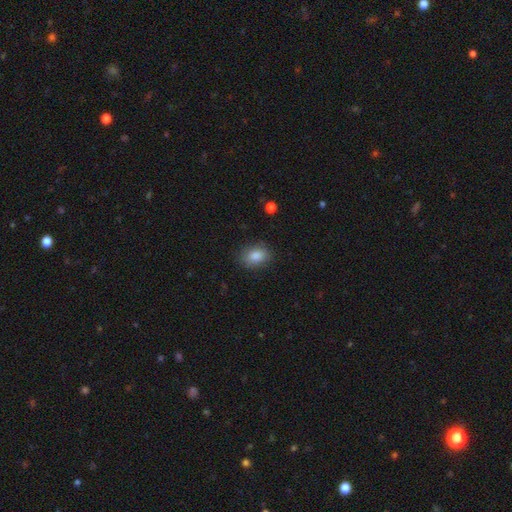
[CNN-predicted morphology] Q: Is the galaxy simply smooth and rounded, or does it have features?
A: smooth — 85%.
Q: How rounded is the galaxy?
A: in between — 75%.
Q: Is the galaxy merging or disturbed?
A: none — 85%.